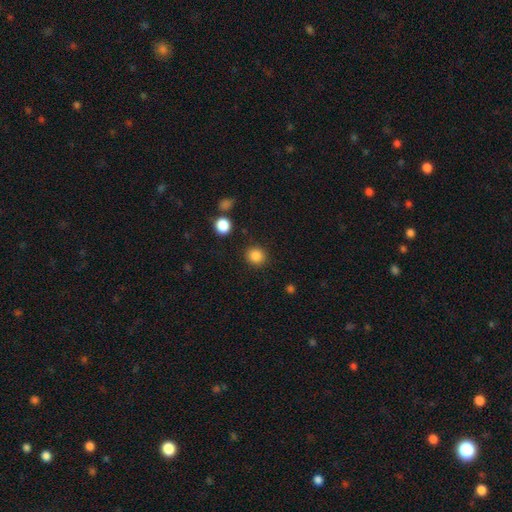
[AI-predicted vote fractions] Morphology: type=smooth (86%); roundness=round (88%); merging=none (89%).